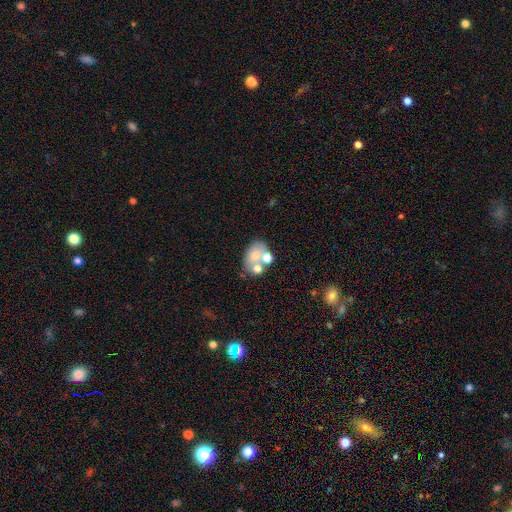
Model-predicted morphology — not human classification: Smooth or featured?
  - smooth: 57% *
  - featured or disk: 32%
  - star or artifact: 11%
How rounded?
  - in between: 69% *
  - round: 30%
  - cigar-shaped: 1%
Merging?
  - merger: 41% *
  - none: 39%
  - minor disturbance: 13%
  - major disturbance: 7%